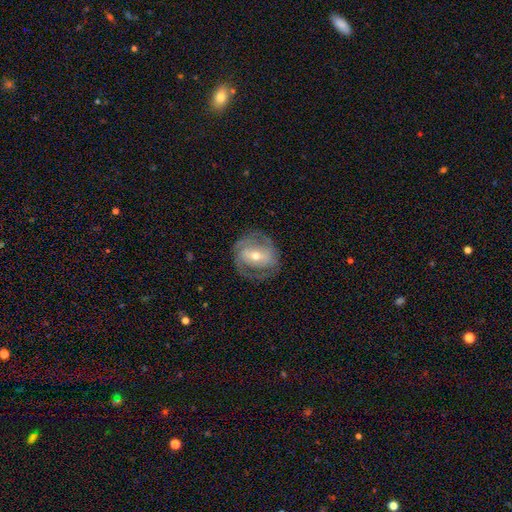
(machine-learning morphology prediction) smooth_or_featured: featured or disk (p=0.75) [alt: smooth p=0.19]
disk_edge_on: no (p=0.95) [alt: yes p=0.05]
bar: strong (p=0.40) [alt: weak p=0.36]
has_spiral_arms: yes (p=0.78) [alt: no p=0.22]
spiral_winding: tight (p=0.47) [alt: medium p=0.39]
spiral_arm_count: 2 (p=0.70) [alt: can't tell p=0.18]
bulge_size: moderate (p=0.55) [alt: small p=0.40]
merging: none (p=0.73) [alt: minor disturbance p=0.15]